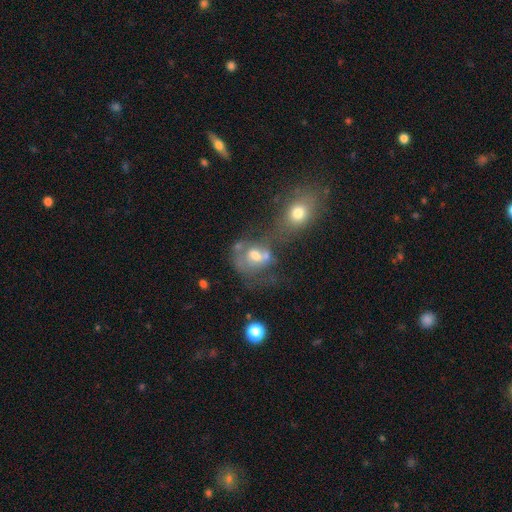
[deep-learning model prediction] Smooth or featured? featured or disk (46%)
Merging? merger (47%)